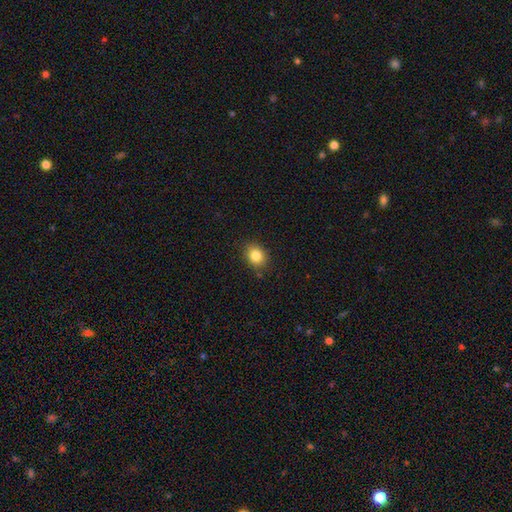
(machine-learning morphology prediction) Smooth or featured?
  - smooth: 84% *
  - star or artifact: 10%
  - featured or disk: 6%
How rounded?
  - round: 54% *
  - in between: 45%
  - cigar-shaped: 1%
Merging?
  - none: 84% *
  - minor disturbance: 12%
  - major disturbance: 3%
  - merger: 2%